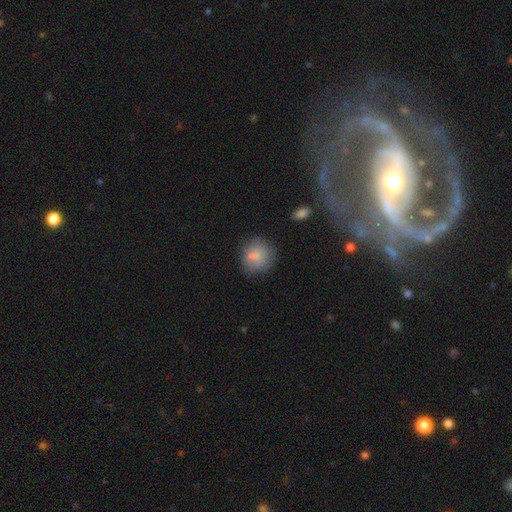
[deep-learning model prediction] Smooth or featured? Predicted: smooth (p=0.76). How rounded? Predicted: round (p=0.84). Merging? Predicted: none (p=0.66).